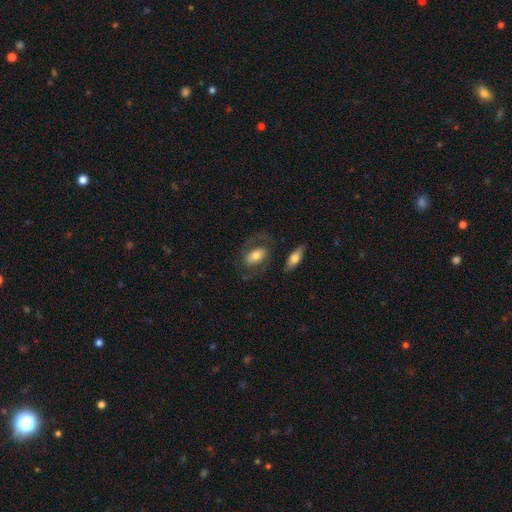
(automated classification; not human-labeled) Q: Smooth or featured?
A: featured or disk (51%); runner-up: smooth (42%)
Q: Edge-on disk?
A: no (91%); runner-up: yes (9%)
Q: Merging?
A: none (61%); runner-up: major disturbance (18%)